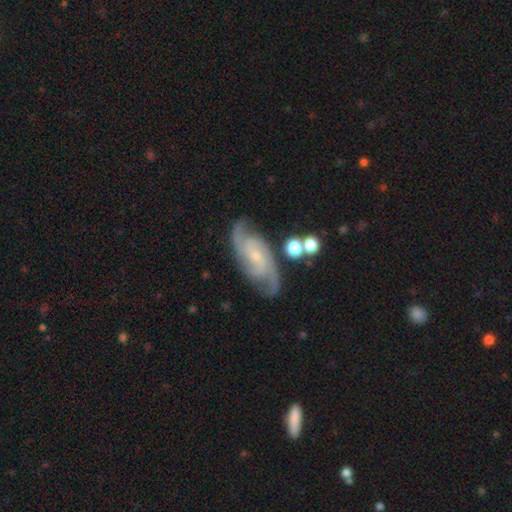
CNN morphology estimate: featured or disk 88%, smooth 6%, star or artifact 5%. Down the decision tree: edge-on disk — no (95%); bar — no (58%); spiral arms — yes (98%); spiral arm count — 2 (50%); spiral winding — medium (48%); bulge size — small (73%); merging — none (77%).